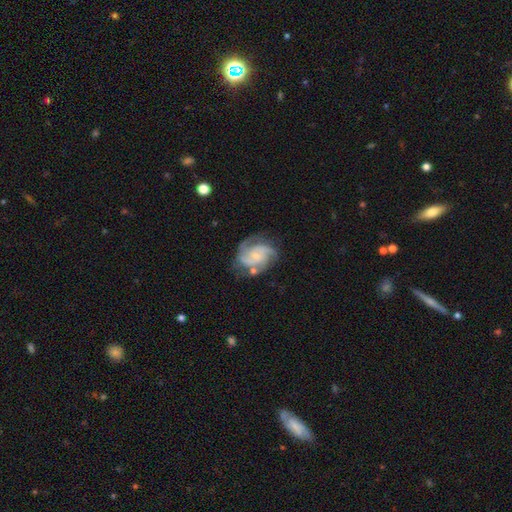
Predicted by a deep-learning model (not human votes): smooth_or_featured: featured or disk (p=0.86) [alt: smooth p=0.09]
disk_edge_on: no (p=0.98) [alt: yes p=0.02]
bar: no (p=0.59) [alt: weak p=0.34]
has_spiral_arms: yes (p=0.97) [alt: no p=0.03]
spiral_winding: medium (p=0.49) [alt: tight p=0.37]
spiral_arm_count: 3 (p=0.38) [alt: 2 p=0.36]
bulge_size: small (p=0.67) [alt: moderate p=0.22]
merging: none (p=0.62) [alt: minor disturbance p=0.21]